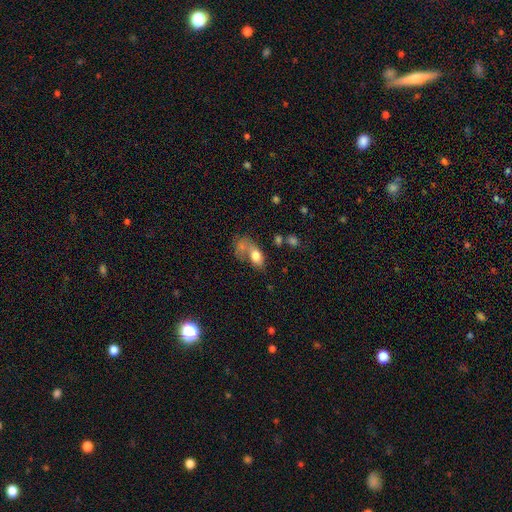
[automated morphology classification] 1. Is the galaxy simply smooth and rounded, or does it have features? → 75% smooth, 17% featured or disk, 9% star or artifact.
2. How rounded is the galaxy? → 81% in between, 16% round, 3% cigar-shaped.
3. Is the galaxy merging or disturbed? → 40% merger, 25% none, 19% major disturbance, 15% minor disturbance.